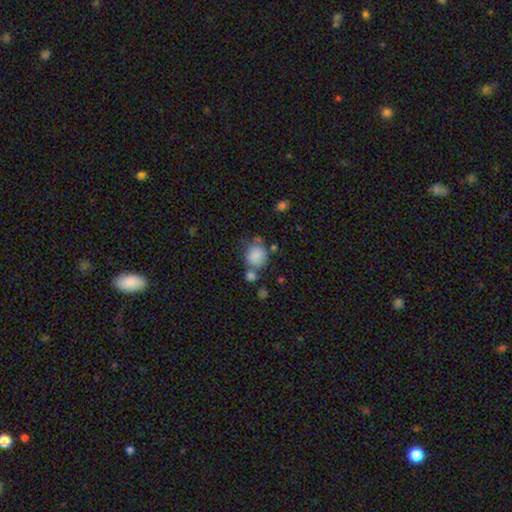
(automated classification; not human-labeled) Morphology: type=smooth (84%); roundness=round (72%); merging=none (54%).